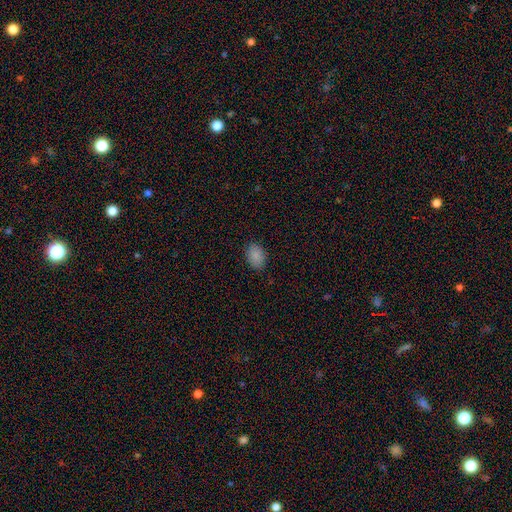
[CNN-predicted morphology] Q: Smooth or featured?
A: smooth (87%); runner-up: star or artifact (9%)
Q: How rounded?
A: in between (81%); runner-up: round (17%)
Q: Merging?
A: none (86%); runner-up: minor disturbance (11%)